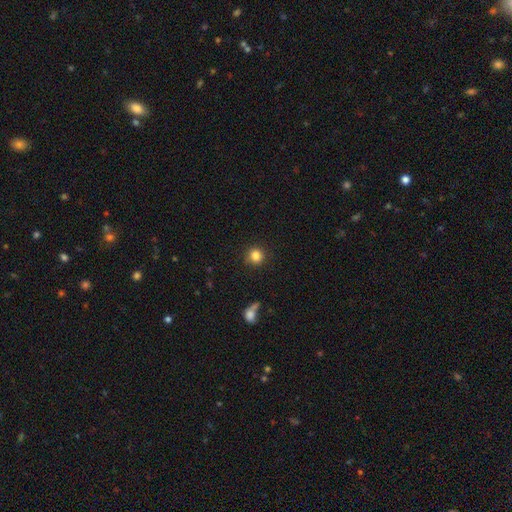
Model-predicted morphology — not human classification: smooth 84%, star or artifact 10%, featured or disk 5%. Down the decision tree: how rounded — round (93%); merging — none (89%).